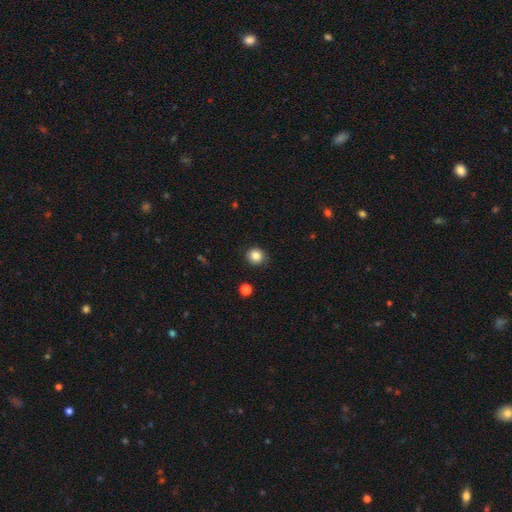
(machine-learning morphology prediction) Smooth or featured: smooth — 85% (star or artifact — 11%)
How rounded: round — 88% (in between — 11%)
Merging: none — 87% (minor disturbance — 9%)